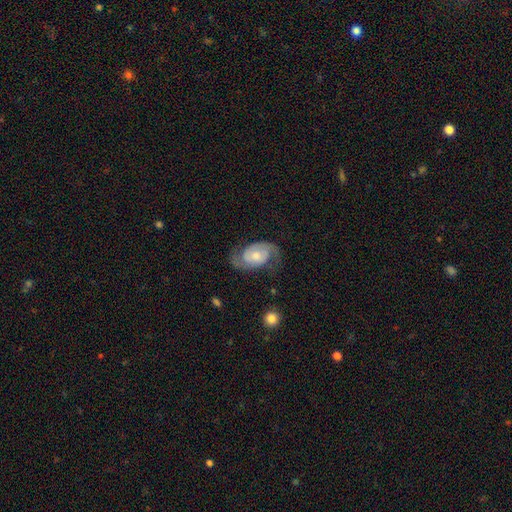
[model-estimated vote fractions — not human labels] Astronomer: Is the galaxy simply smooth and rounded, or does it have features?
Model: featured or disk — 82%.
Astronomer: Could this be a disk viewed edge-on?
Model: no — 97%.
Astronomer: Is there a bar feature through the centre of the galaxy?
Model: no — 62%.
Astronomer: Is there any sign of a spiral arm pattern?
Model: yes — 95%.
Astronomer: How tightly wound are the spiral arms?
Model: medium — 48% (runner-up: tight, 31%).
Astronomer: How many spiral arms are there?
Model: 2 — 89%.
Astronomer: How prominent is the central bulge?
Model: moderate — 51% (runner-up: small, 37%).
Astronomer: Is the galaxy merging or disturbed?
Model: none — 69%.